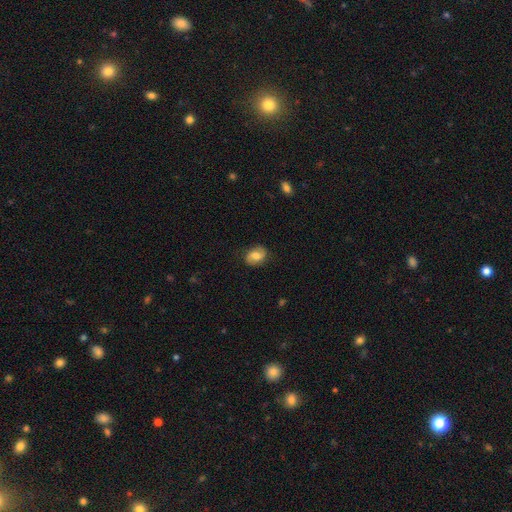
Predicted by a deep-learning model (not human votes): smooth_or_featured: smooth (p=0.61) [alt: featured or disk p=0.30]
how_rounded: in between (p=0.67) [alt: round p=0.31]
merging: none (p=0.81) [alt: minor disturbance p=0.15]